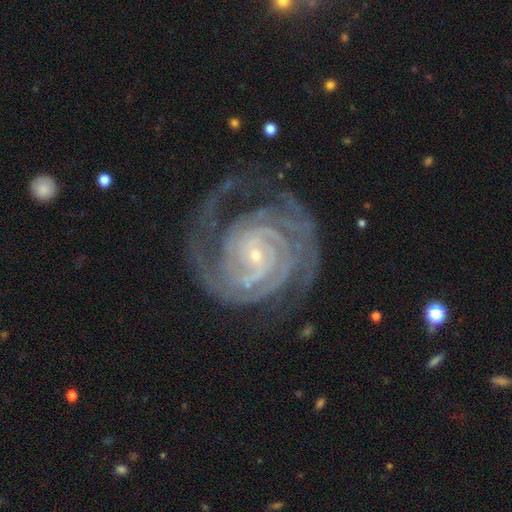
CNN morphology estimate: featured or disk 92%, star or artifact 5%, smooth 3%. Down the decision tree: edge-on disk — no (98%); bar — no (53%); spiral arms — yes (98%); spiral arm count — 2 (30%); spiral winding — tight (79%); bulge size — small (85%); merging — none (67%).